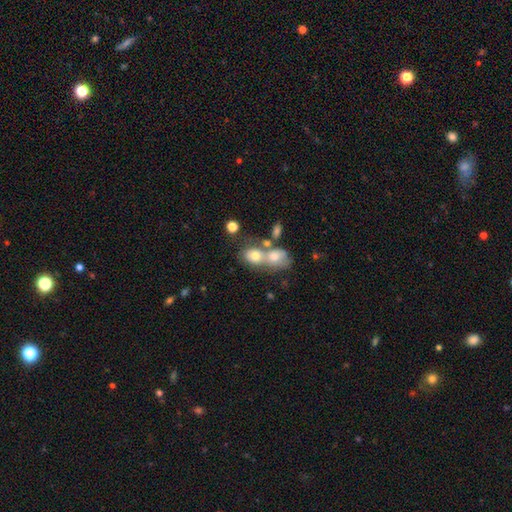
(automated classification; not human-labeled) smooth-or-featured: smooth: 66% | featured or disk: 23% | star or artifact: 11%
  how-rounded: in between: 58% | round: 40% | cigar-shaped: 2%
  merging: merger: 64% | none: 21% | minor disturbance: 9% | major disturbance: 7%